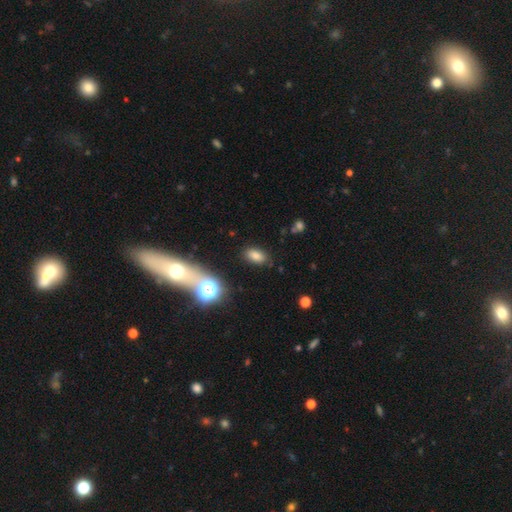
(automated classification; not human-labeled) smooth_or_featured: smooth (p=0.78) [alt: star or artifact p=0.15]
how_rounded: in between (p=0.88) [alt: round p=0.09]
merging: none (p=0.84) [alt: minor disturbance p=0.10]